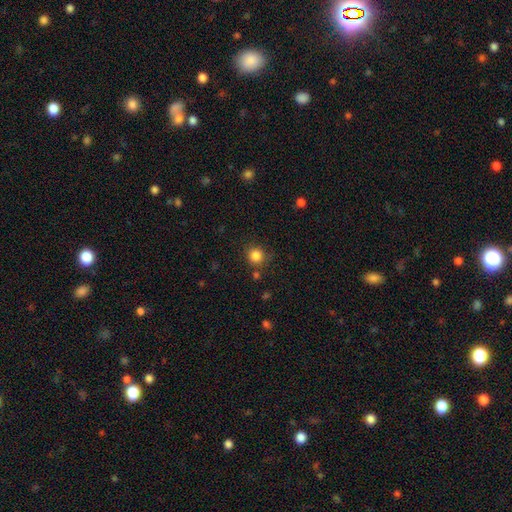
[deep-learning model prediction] A smooth galaxy with no disk features (84%) that is round (91%).

Vote fractions:
- Smooth or featured? smooth: 84% / star or artifact: 12% / featured or disk: 4%
- How rounded? round: 91% / in between: 8% / cigar-shaped: 1%
- Merging? none: 82% / minor disturbance: 11% / merger: 5% / major disturbance: 3%